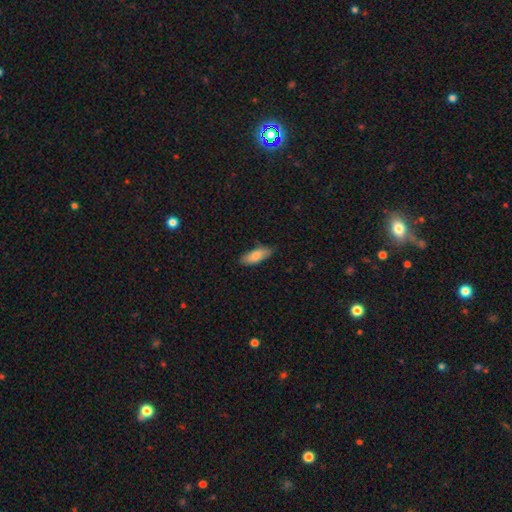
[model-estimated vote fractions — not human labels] Q: Smooth or featured?
A: smooth (84%); runner-up: featured or disk (10%)
Q: How rounded?
A: in between (72%); runner-up: cigar-shaped (26%)
Q: Merging?
A: none (83%); runner-up: minor disturbance (13%)